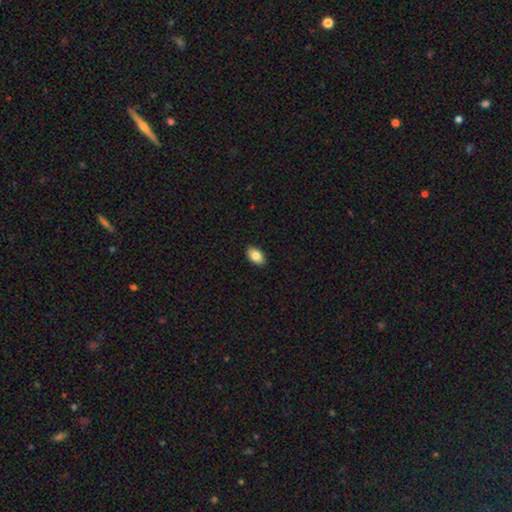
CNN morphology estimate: This appears to be a smooth galaxy with no disk features (85%) that is in between round and cigar-shaped (91%). Merging: none (90%).